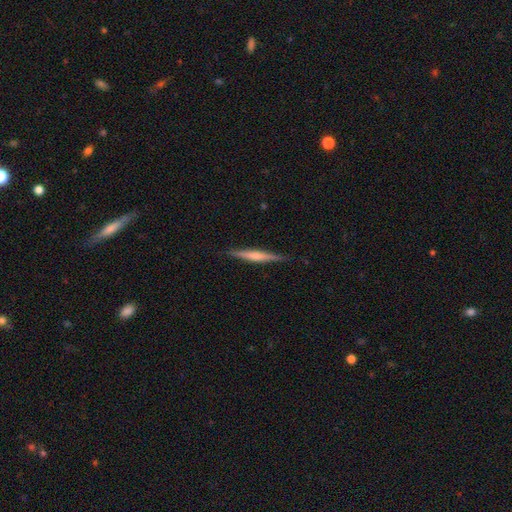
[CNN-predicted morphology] featured or disk 55%, smooth 39%, star or artifact 6%. Down the decision tree: edge-on disk — yes (97%); edge-on bulge — rounded (49%); merging — none (89%).